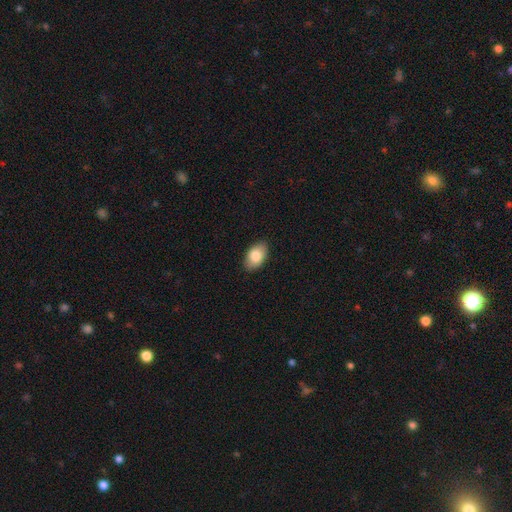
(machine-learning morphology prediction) type=smooth (85%); roundness=in between (92%); merging=none (87%).